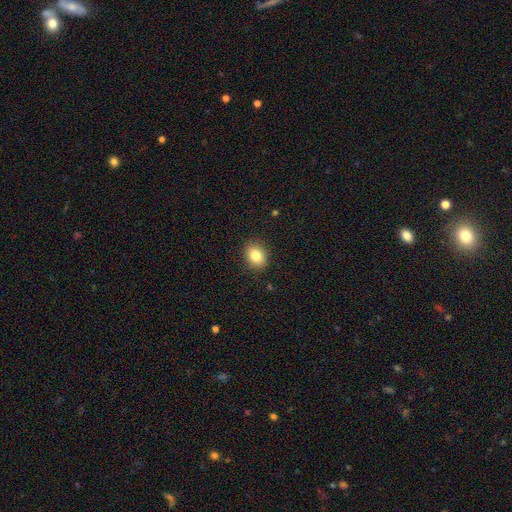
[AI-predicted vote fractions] This is clearly a smooth galaxy (83%). How rounded: possibly in between (57%). Merging: clearly none (88%).